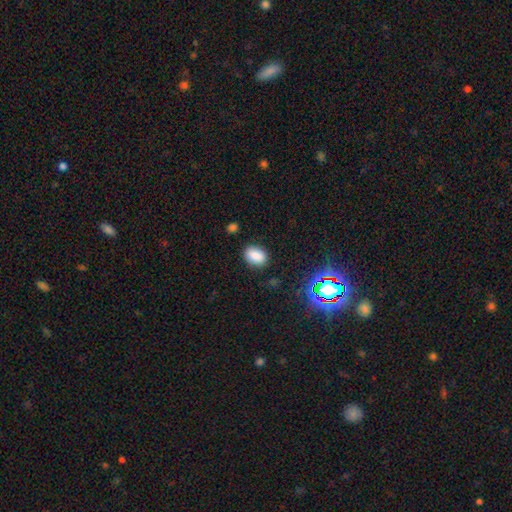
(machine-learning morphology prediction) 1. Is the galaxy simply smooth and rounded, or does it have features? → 84% smooth, 11% star or artifact, 5% featured or disk.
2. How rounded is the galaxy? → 81% in between, 17% round, 1% cigar-shaped.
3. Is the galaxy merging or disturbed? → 84% none, 11% minor disturbance, 3% major disturbance, 2% merger.